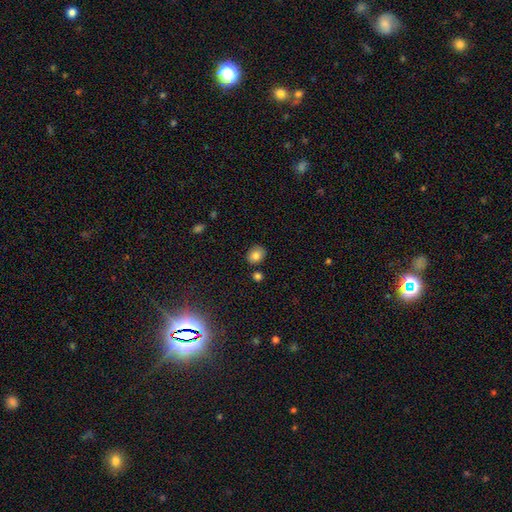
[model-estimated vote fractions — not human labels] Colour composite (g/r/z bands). It shows a smooth galaxy with no disk features (81%) that is round (55%). Merging: none (81%).